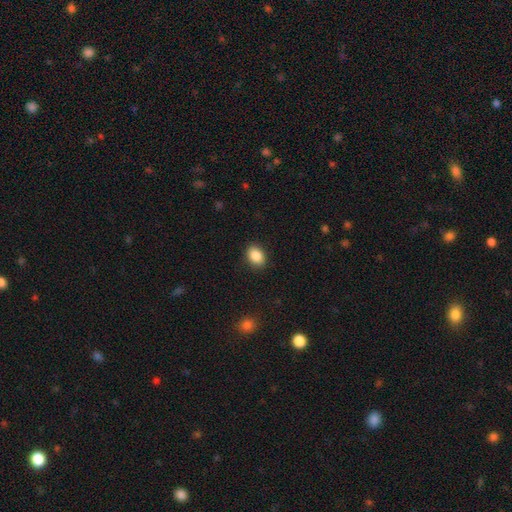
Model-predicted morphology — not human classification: Smooth or featured: smooth — 87% (star or artifact — 8%)
How rounded: in between — 73% (round — 26%)
Merging: none — 88% (minor disturbance — 8%)